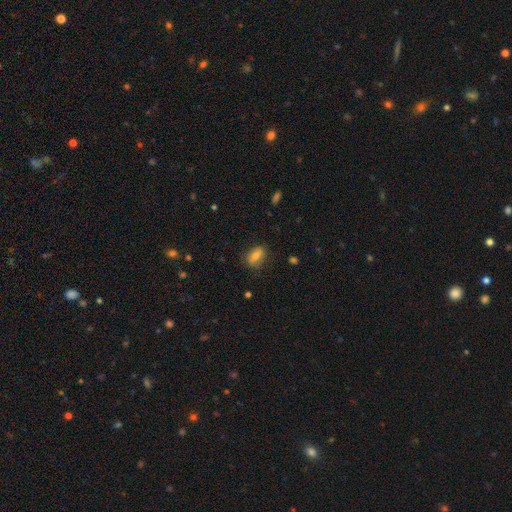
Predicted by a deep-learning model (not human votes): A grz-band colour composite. It shows a smooth galaxy with no disk features (68%) that is in between round and cigar-shaped (77%). Merging: none (75%).